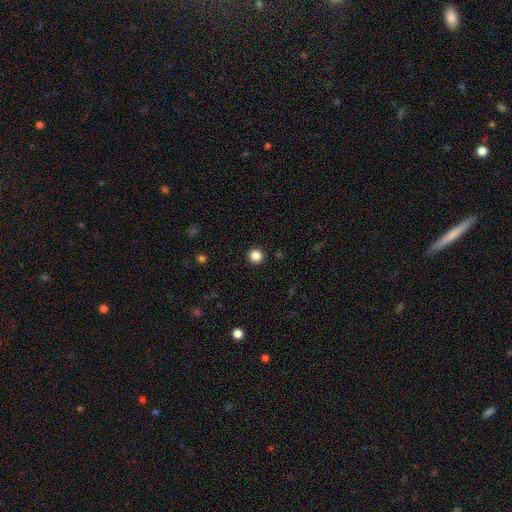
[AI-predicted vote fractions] Smooth or featured? Predicted: smooth (p=0.86). How rounded? Predicted: round (p=0.94). Merging? Predicted: none (p=0.93).